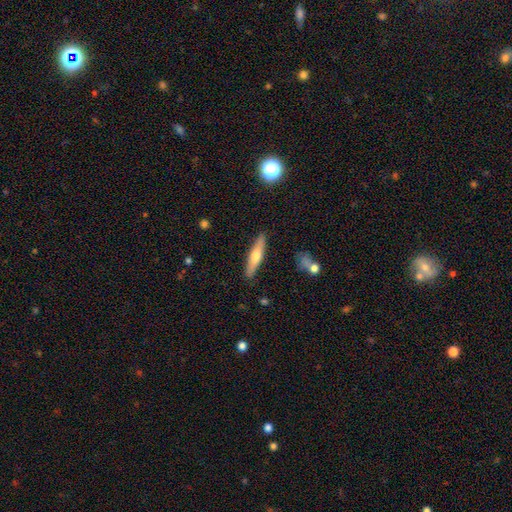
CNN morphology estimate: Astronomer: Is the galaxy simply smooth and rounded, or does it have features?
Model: smooth — 53% (runner-up: featured or disk, 41%).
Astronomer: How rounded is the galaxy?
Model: cigar-shaped — 80%.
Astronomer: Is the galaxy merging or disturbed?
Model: none — 89%.